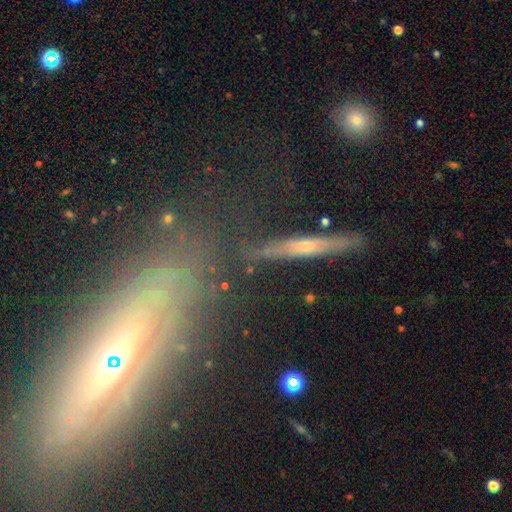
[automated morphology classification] Q: Smooth or featured?
A: featured or disk (59%); runner-up: smooth (27%)
Q: Edge-on disk?
A: yes (79%); runner-up: no (21%)
Q: Merging?
A: none (77%); runner-up: minor disturbance (14%)